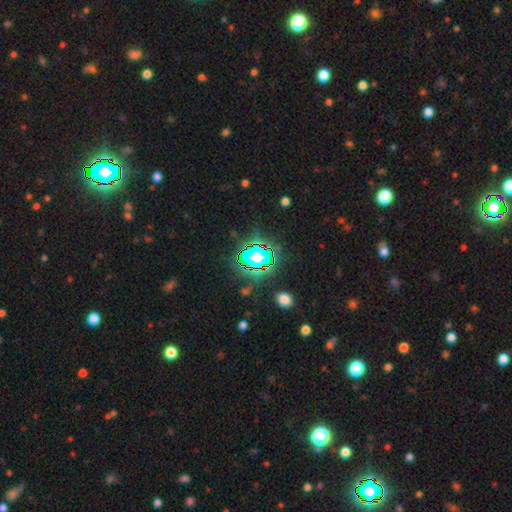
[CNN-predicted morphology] Smooth or featured? Predicted: star or artifact (p=0.80).